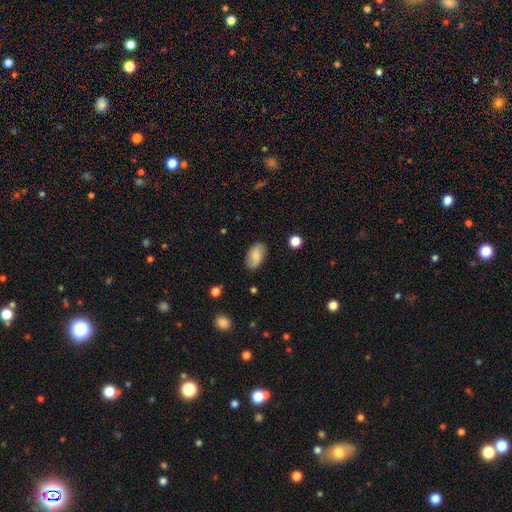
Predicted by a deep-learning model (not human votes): This appears to be a smooth galaxy with no disk features (78%) that is in between round and cigar-shaped (94%). Merging: none (84%).